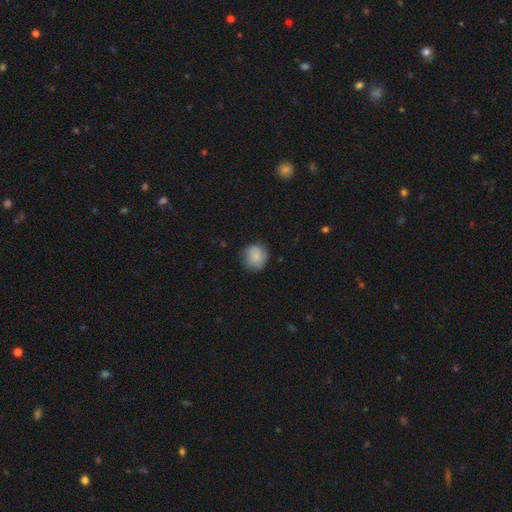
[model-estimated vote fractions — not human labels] A smooth galaxy with no disk features (83%) that is round (85%).

Vote fractions:
- Smooth or featured? smooth: 83% / featured or disk: 10% / star or artifact: 8%
- How rounded? round: 85% / in between: 14% / cigar-shaped: 1%
- Merging? none: 74% / minor disturbance: 20% / major disturbance: 5% / merger: 1%